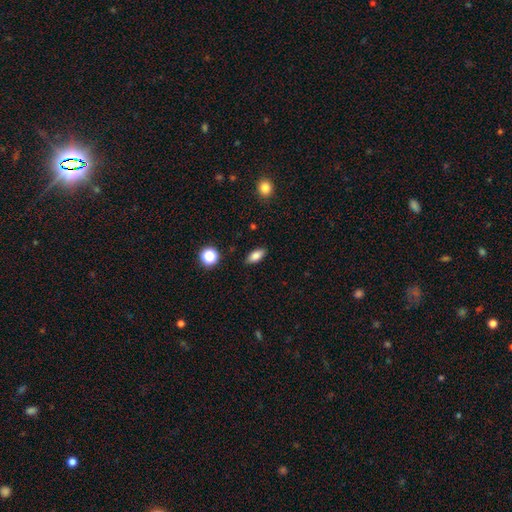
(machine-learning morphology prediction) A smooth galaxy with no disk features (80%) that is in between round and cigar-shaped (83%).

Vote fractions:
- Smooth or featured? smooth: 80% / featured or disk: 11% / star or artifact: 9%
- How rounded? in between: 83% / cigar-shaped: 11% / round: 5%
- Merging? none: 88% / minor disturbance: 9% / major disturbance: 2% / merger: 1%